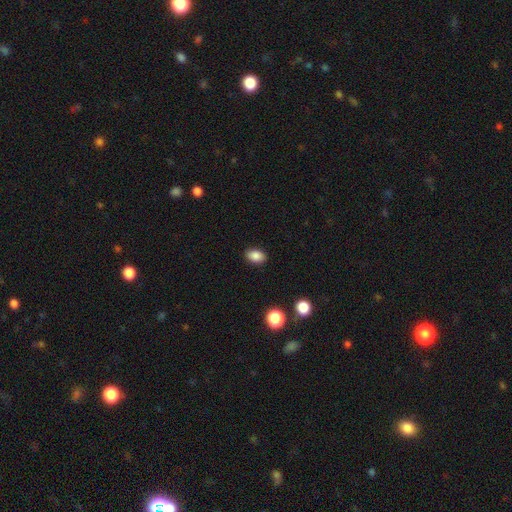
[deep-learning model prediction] The model was most divided on "how rounded": in between: 85%, round: 14%, cigar-shaped: 1%. More confident: merging — none (88%); smooth or featured — smooth (86%).